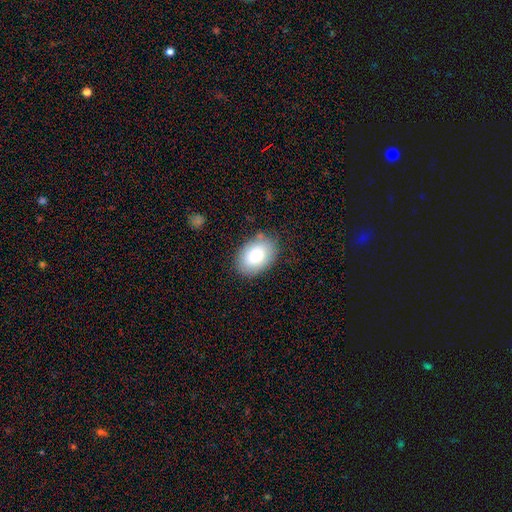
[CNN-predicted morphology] smooth 82%, featured or disk 11%, star or artifact 7%. Down the decision tree: how rounded — in between (87%); merging — none (80%).